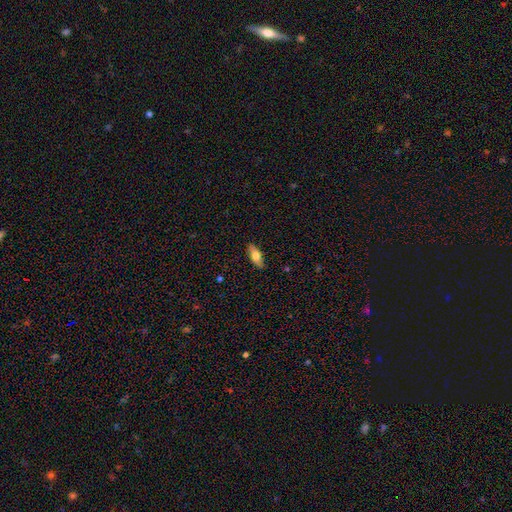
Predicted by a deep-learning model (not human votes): A smooth galaxy with no disk features (71%) that is in between round and cigar-shaped (70%). Merging: none (86%).